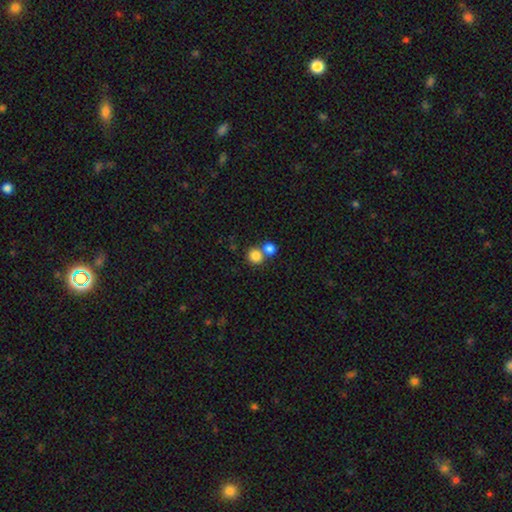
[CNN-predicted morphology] Smooth or featured: smooth — 83% (star or artifact — 10%)
How rounded: round — 87% (in between — 12%)
Merging: none — 49% (merger — 42%)